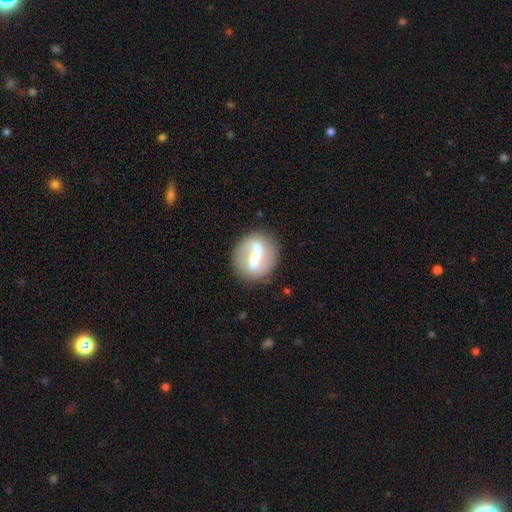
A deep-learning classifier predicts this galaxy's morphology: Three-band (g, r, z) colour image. It shows a featured or disk galaxy (67%) with a strong bar (62%), spiral arms (67%) and a small central bulge (29%, tied with moderate). Merging: none (73%).